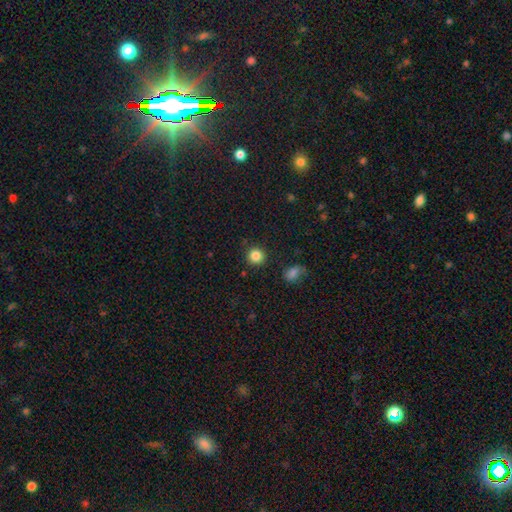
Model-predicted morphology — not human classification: smooth_or_featured: smooth (p=0.85) [alt: star or artifact p=0.11]
how_rounded: round (p=0.93) [alt: in between p=0.06]
merging: none (p=0.90) [alt: minor disturbance p=0.06]